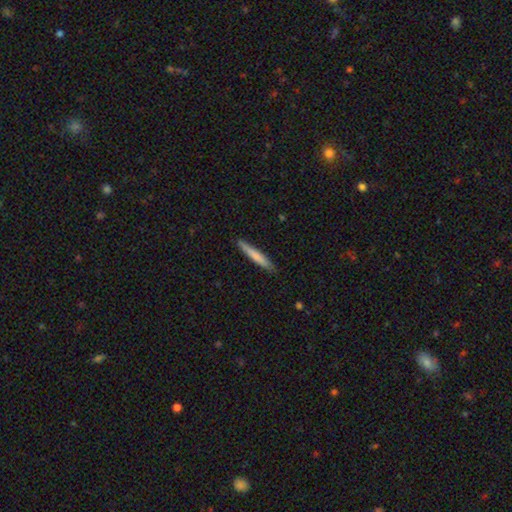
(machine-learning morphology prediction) A smooth galaxy with no disk features (74%) that is cigar-shaped (95%). Merging: none (88%).